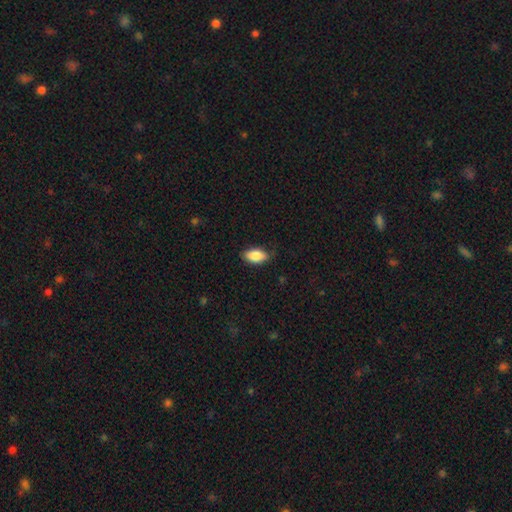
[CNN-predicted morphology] This appears to be a smooth galaxy with no disk features (86%) that is in between round and cigar-shaped (91%). Merging: none (78%).